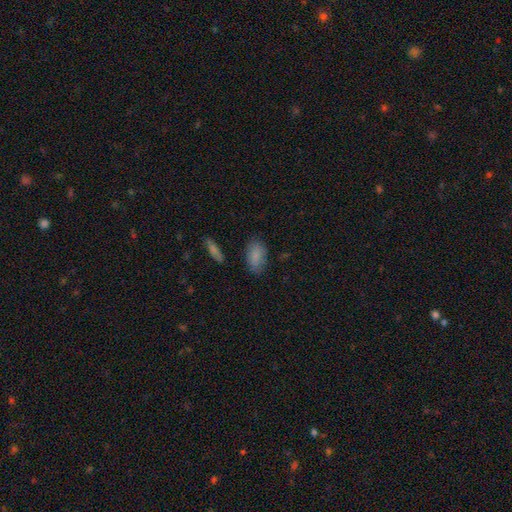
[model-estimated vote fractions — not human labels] A smooth galaxy with no disk features (84%) that is in between round and cigar-shaped (92%). Merging: none (75%).